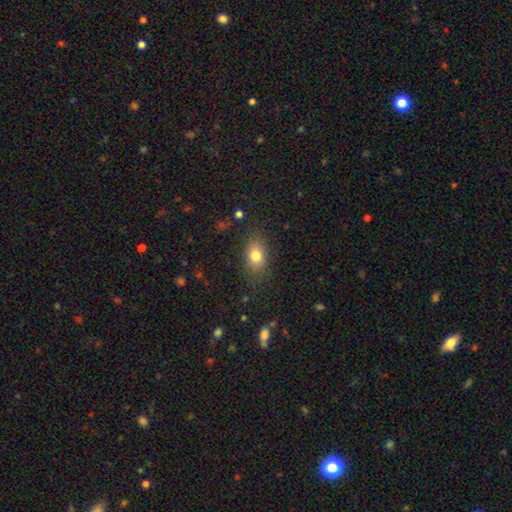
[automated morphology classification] A smooth galaxy with no disk features (80%) that is in between round and cigar-shaped (78%). Merging: none (81%).